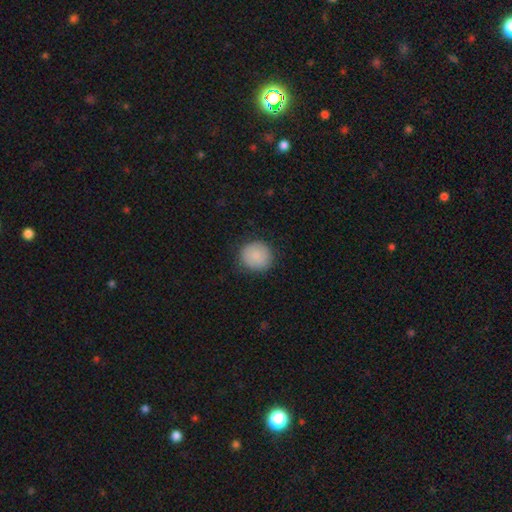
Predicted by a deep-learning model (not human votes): Smooth or featured? Predicted: smooth (p=0.87). How rounded? Predicted: round (p=0.91). Merging? Predicted: none (p=0.86).